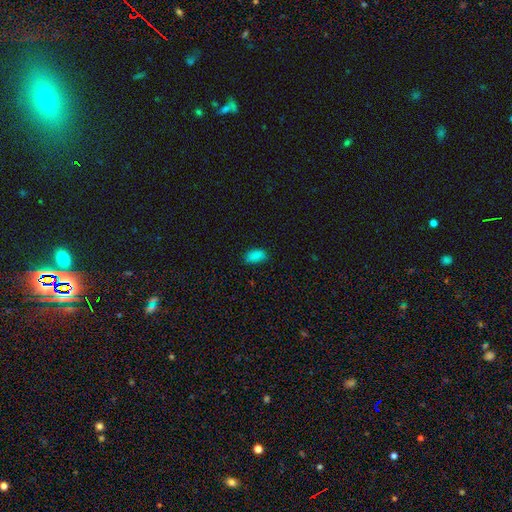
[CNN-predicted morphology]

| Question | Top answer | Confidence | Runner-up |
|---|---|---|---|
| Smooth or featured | smooth | 86% | star or artifact (11%) |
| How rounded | in between | 93% | round (4%) |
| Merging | none | 81% | minor disturbance (15%) |